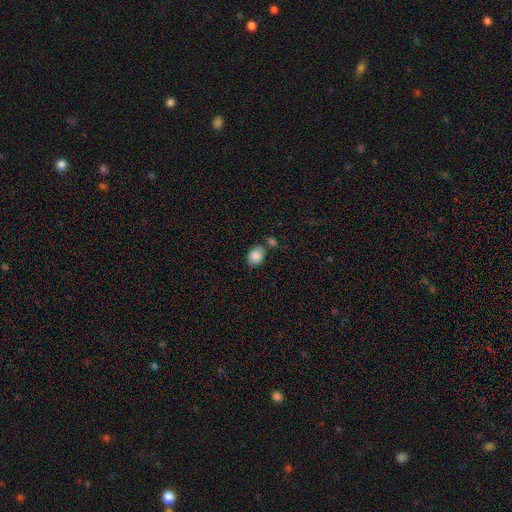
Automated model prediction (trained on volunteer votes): Overall: smooth (82%). How rounded: in between (65%; round 34%). Merging: none (66%).